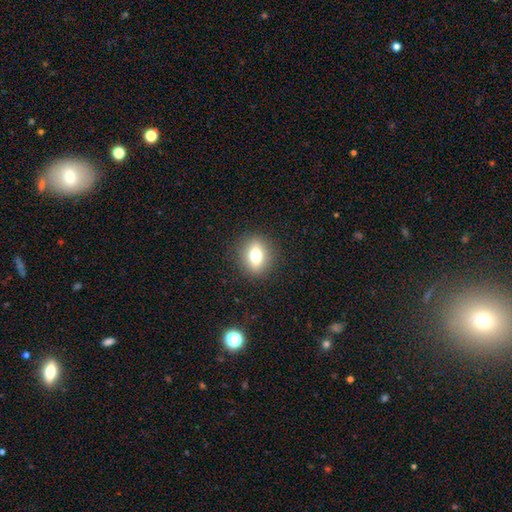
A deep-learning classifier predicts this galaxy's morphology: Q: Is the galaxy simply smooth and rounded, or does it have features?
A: smooth — 68%.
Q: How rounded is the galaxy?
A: in between — 50%.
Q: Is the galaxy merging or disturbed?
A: none — 88%.